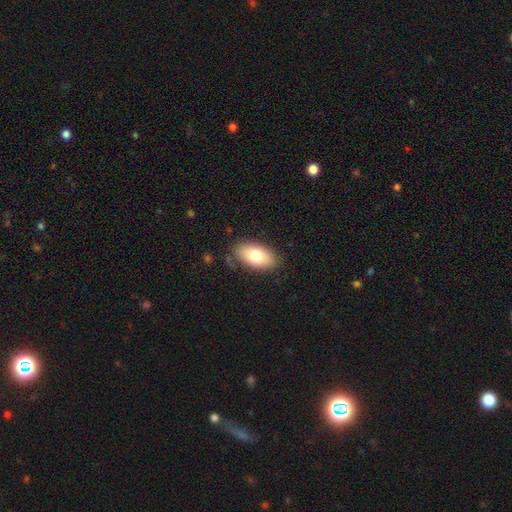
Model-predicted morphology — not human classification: Q: Smooth or featured?
A: smooth (77%); runner-up: featured or disk (17%)
Q: How rounded?
A: in between (93%); runner-up: round (4%)
Q: Merging?
A: none (82%); runner-up: minor disturbance (13%)